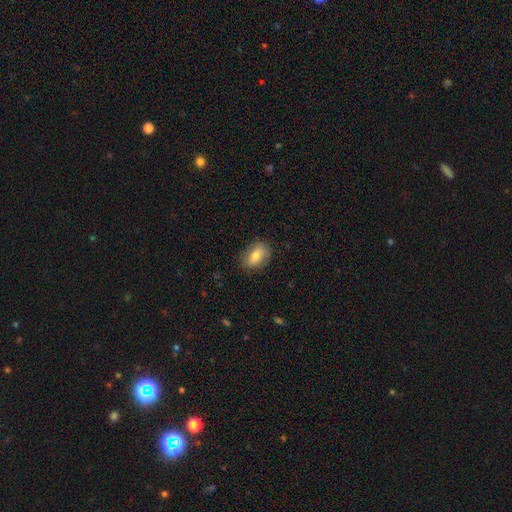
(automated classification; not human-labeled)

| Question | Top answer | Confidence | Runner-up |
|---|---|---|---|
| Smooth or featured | smooth | 73% | featured or disk (19%) |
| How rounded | in between | 80% | round (18%) |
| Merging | none | 83% | minor disturbance (13%) |